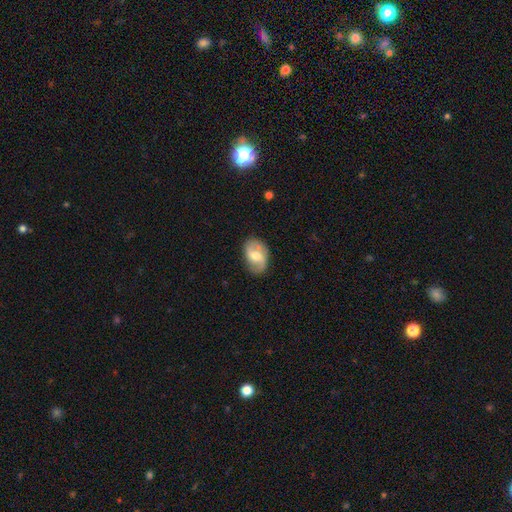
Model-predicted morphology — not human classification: smooth-or-featured: featured or disk: 60% | smooth: 33% | star or artifact: 6%
  disk-edge-on: no: 96% | yes: 4%
    bar: weak: 47% | no: 36% | strong: 17%
    has-spiral-arms: yes: 82% | no: 18%
    bulge-size: moderate: 67% | small: 26% | large: 5% | none: 2% | dominant: 1%
  merging: none: 78% | minor disturbance: 16% | major disturbance: 4% | merger: 1%